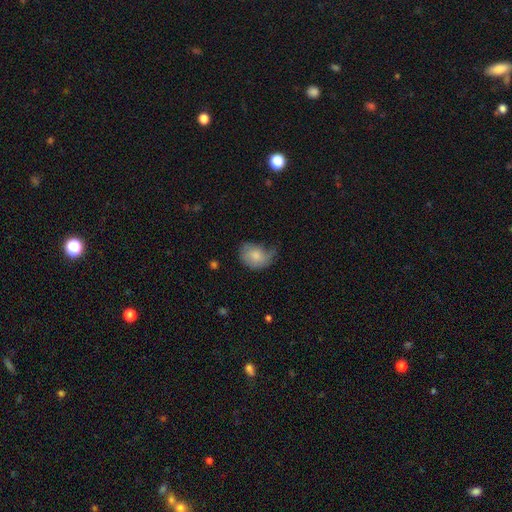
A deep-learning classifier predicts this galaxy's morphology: Overall: smooth (69%). How rounded: in between (63%; round 36%). Merging: minor disturbance (40%; none 33%).